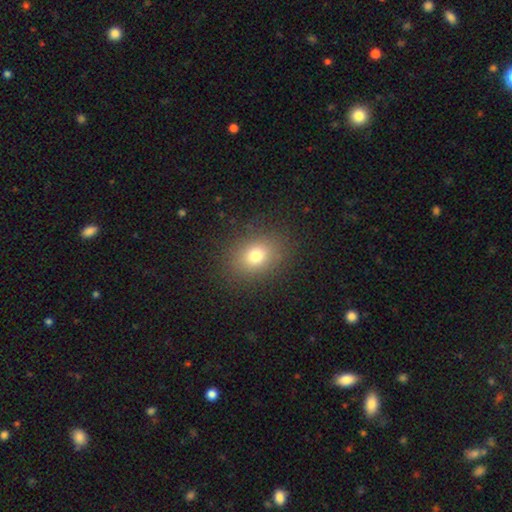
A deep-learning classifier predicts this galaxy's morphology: smooth 76%, star or artifact 14%, featured or disk 10%. Down the decision tree: how rounded — in between (54%); merging — none (86%).